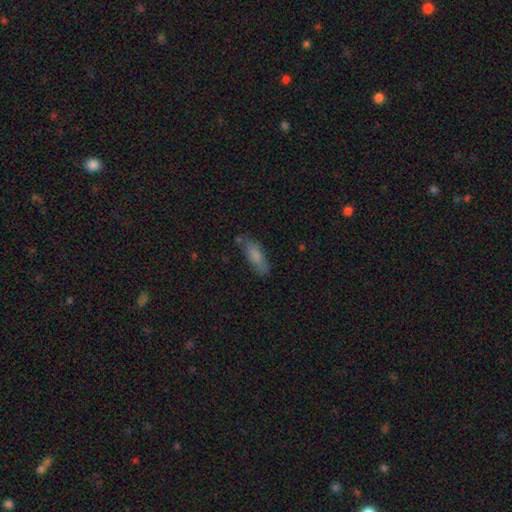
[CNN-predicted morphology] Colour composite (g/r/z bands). It shows a smooth galaxy with no disk features (78%) that is in between round and cigar-shaped (57%). Merging: none (72%).